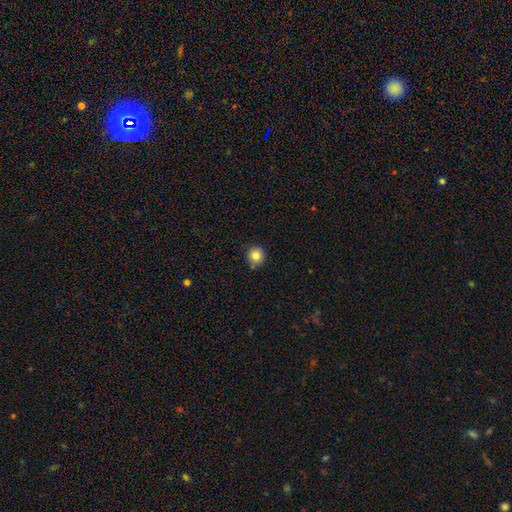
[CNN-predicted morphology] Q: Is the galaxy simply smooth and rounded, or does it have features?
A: smooth — 82%.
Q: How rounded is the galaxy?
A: round — 94%.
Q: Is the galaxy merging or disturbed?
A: none — 87%.